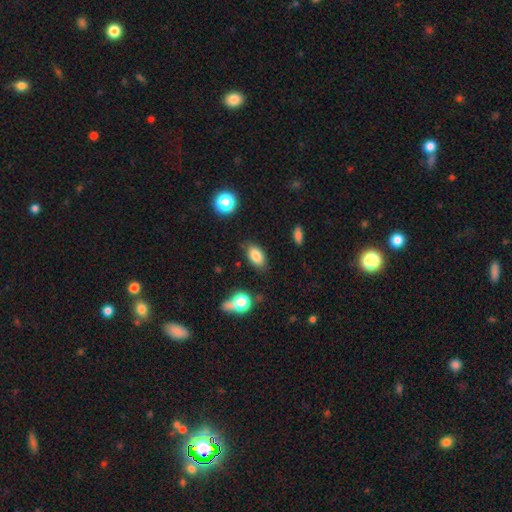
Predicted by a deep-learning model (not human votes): Q: Smooth or featured?
A: smooth (82%); runner-up: star or artifact (10%)
Q: How rounded?
A: in between (90%); runner-up: round (6%)
Q: Merging?
A: none (80%); runner-up: minor disturbance (14%)